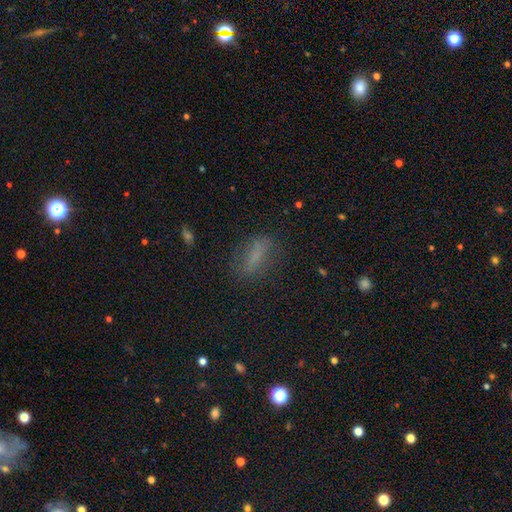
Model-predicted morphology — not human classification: smooth-or-featured: smooth: 65% | featured or disk: 18% | star or artifact: 17%
  how-rounded: in between: 58% | cigar-shaped: 36% | round: 6%
  merging: none: 74% | minor disturbance: 16% | major disturbance: 8% | merger: 2%